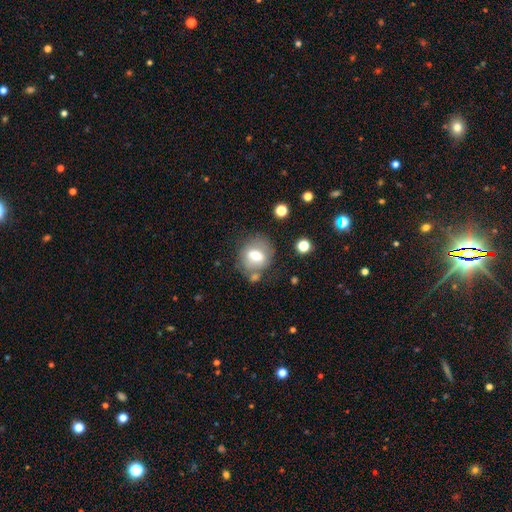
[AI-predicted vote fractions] Smooth or featured? Predicted: smooth (p=0.64). How rounded? Predicted: round (p=0.66). Merging? Predicted: none (p=0.62).